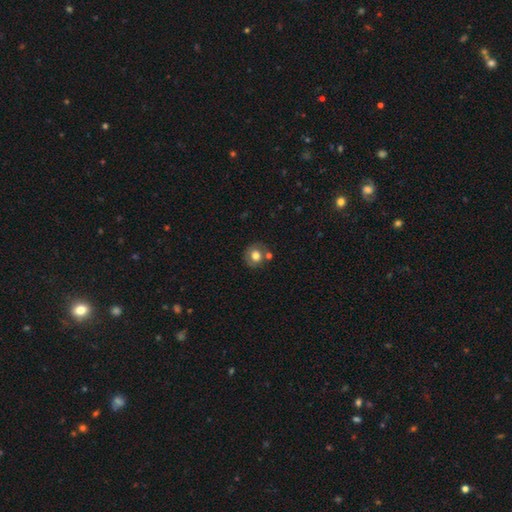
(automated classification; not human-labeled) Smooth or featured? Predicted: smooth (p=0.68). How rounded? Predicted: round (p=0.82). Merging? Predicted: none (p=0.70).